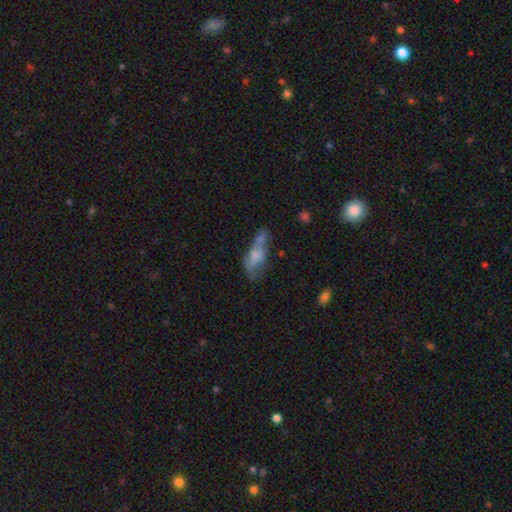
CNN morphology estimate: A smooth galaxy with no disk features (55%) that is in between round and cigar-shaped (75%). Merging: none (31%).